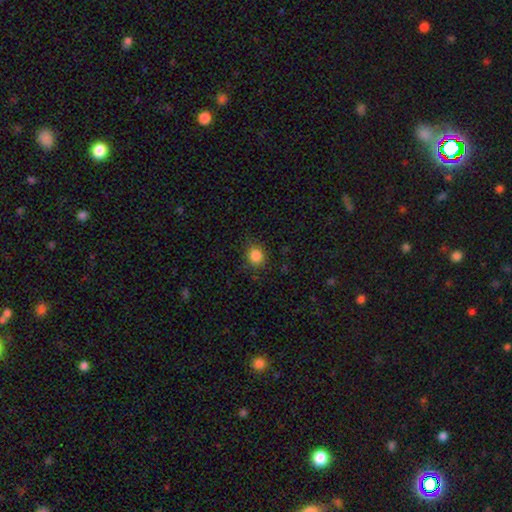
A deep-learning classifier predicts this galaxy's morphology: smooth-or-featured: smooth: 85% | star or artifact: 11% | featured or disk: 4%
  how-rounded: round: 78% | in between: 21% | cigar-shaped: 1%
  merging: none: 85% | minor disturbance: 11% | major disturbance: 3% | merger: 1%